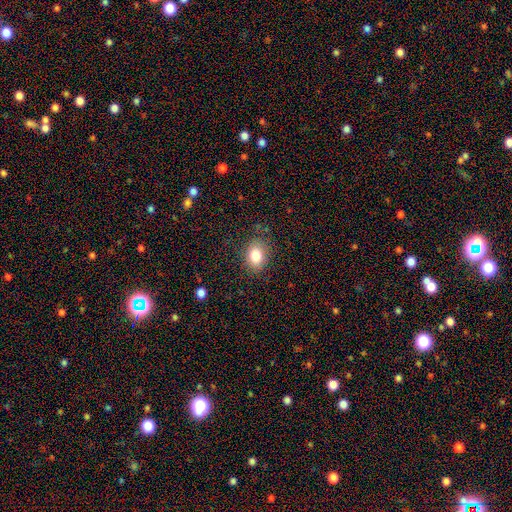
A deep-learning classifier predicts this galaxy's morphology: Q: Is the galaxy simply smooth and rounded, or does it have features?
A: smooth — 81%.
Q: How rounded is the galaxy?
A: in between — 67%.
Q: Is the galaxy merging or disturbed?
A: none — 84%.